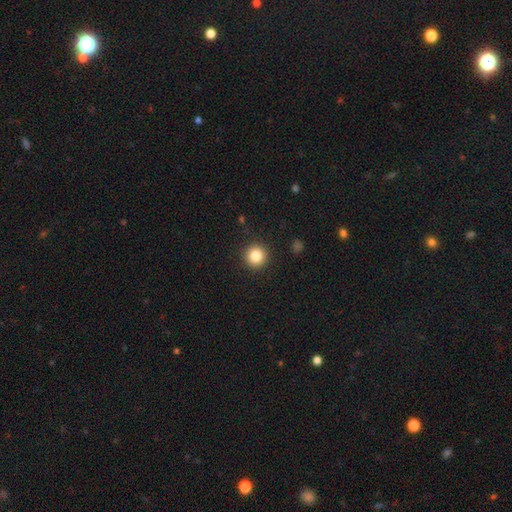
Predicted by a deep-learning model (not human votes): smooth_or_featured: smooth (p=0.84) [alt: star or artifact p=0.10]
how_rounded: round (p=0.95) [alt: in between p=0.04]
merging: none (p=0.92) [alt: minor disturbance p=0.05]